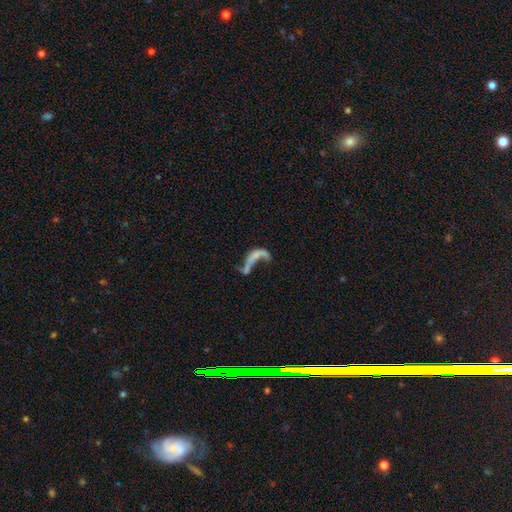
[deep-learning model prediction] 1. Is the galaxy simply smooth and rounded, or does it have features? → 60% featured or disk, 27% smooth, 13% star or artifact.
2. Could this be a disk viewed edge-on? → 93% no, 7% yes.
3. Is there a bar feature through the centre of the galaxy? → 75% no, 16% weak, 9% strong.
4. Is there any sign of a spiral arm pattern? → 58% no, 42% yes.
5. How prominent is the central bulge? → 63% none, 25% small, 8% moderate, 2% large, 2% dominant.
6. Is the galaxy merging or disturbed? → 39% major disturbance, 31% merger, 20% none, 10% minor disturbance.